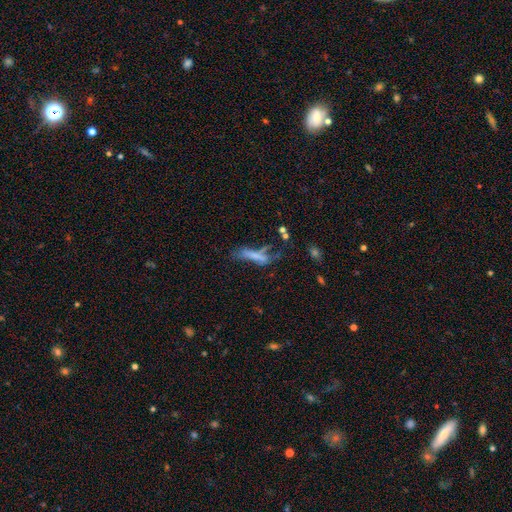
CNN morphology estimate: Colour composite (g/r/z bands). It shows a smooth galaxy with no disk features (56%) that is cigar-shaped (77%). Merging: major disturbance (33%).